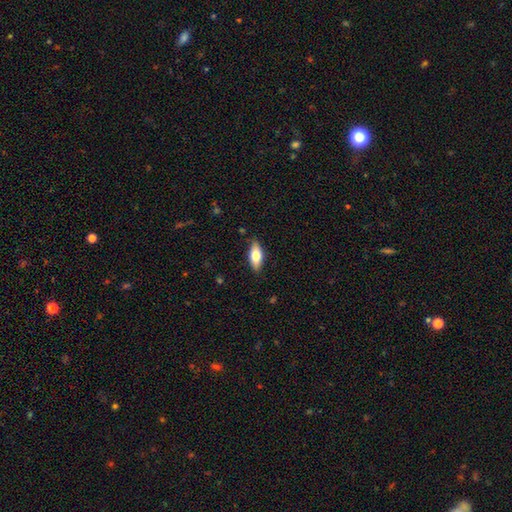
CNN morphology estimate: Q: Smooth or featured?
A: smooth (68%); runner-up: featured or disk (25%)
Q: How rounded?
A: in between (82%); runner-up: cigar-shaped (15%)
Q: Merging?
A: none (84%); runner-up: minor disturbance (12%)